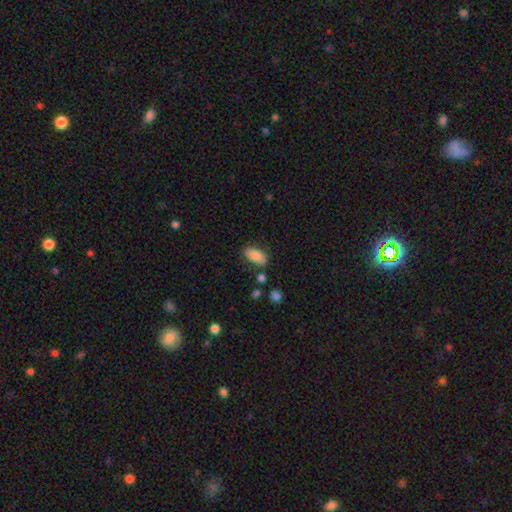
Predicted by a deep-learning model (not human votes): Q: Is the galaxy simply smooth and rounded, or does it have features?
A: smooth — 83%.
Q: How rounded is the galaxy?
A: in between — 88%.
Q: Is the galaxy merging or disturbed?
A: none — 78%.